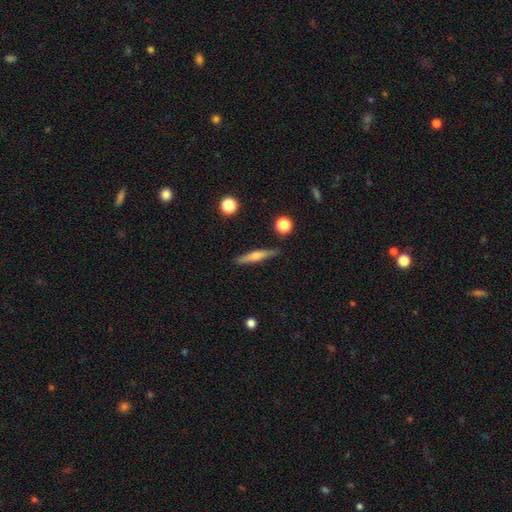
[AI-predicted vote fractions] Smooth or featured: smooth — 47% (tied with featured or disk — 47%)
Merging: none — 86% (minor disturbance — 10%)